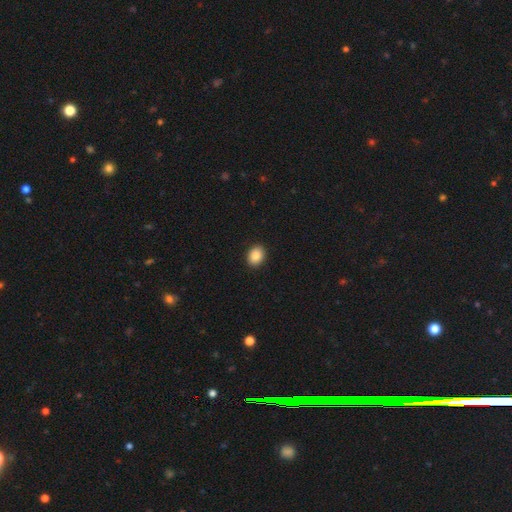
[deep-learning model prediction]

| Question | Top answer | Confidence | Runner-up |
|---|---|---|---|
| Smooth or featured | smooth | 87% | star or artifact (8%) |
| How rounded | in between | 60% | round (39%) |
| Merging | none | 92% | minor disturbance (6%) |